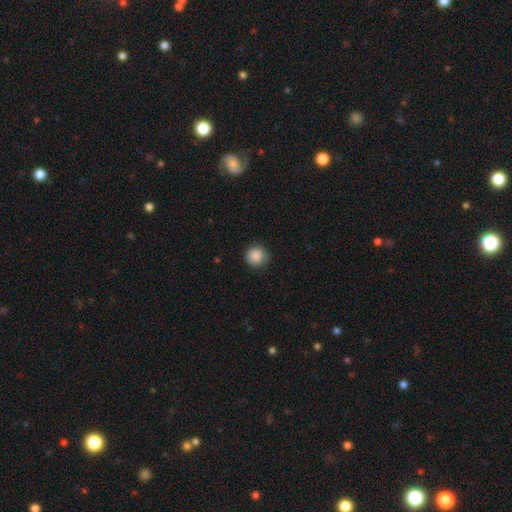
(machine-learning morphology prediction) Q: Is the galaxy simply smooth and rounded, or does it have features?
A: smooth — 88%.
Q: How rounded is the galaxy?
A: round — 92%.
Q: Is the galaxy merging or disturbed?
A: none — 83%.